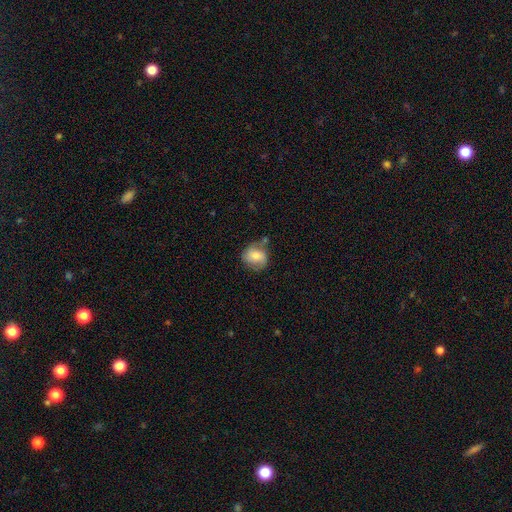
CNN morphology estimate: A smooth galaxy with no disk features (67%) that is round (67%).

Vote fractions:
- Smooth or featured? smooth: 67% / featured or disk: 25% / star or artifact: 8%
- How rounded? round: 67% / in between: 32% / cigar-shaped: 1%
- Merging? none: 51% / minor disturbance: 29% / major disturbance: 10% / merger: 10%